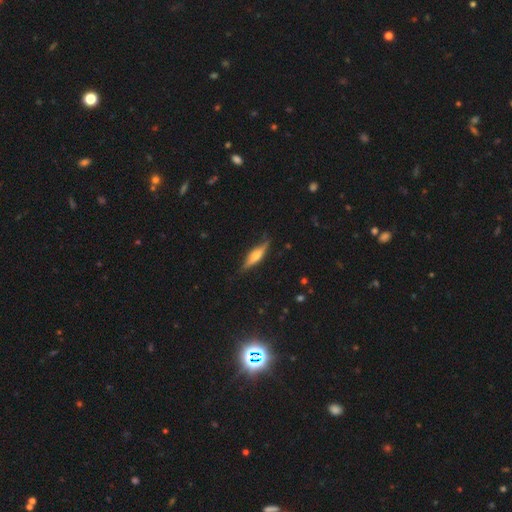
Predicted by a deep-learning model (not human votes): smooth-or-featured: featured or disk: 56% | smooth: 38% | star or artifact: 7%
  disk-edge-on: yes: 94% | no: 6%
    edge-on-bulge: rounded: 78% | boxy: 15% | none: 8%
  merging: none: 82% | minor disturbance: 14% | major disturbance: 3% | merger: 1%